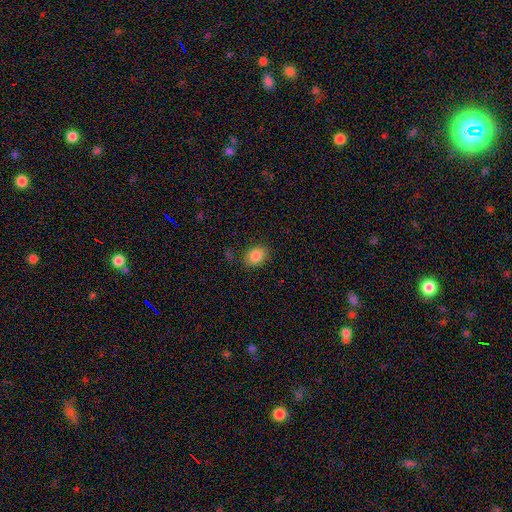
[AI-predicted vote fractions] Morphology: type=smooth (85%); roundness=in between (67%); merging=none (82%).